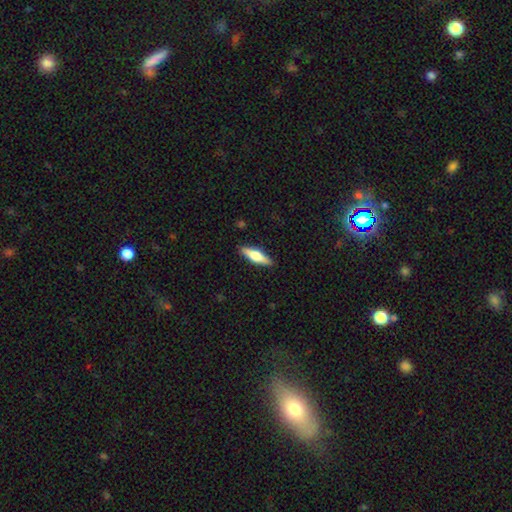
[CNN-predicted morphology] Q: Smooth or featured?
A: smooth (48%); runner-up: featured or disk (46%)
Q: Merging?
A: none (89%); runner-up: minor disturbance (8%)